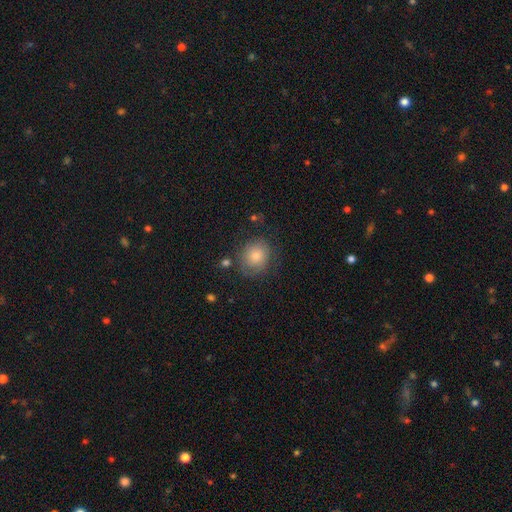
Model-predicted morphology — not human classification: Smooth or featured?
  - smooth: 72% *
  - featured or disk: 16%
  - star or artifact: 12%
How rounded?
  - round: 76% *
  - in between: 23%
  - cigar-shaped: 1%
Merging?
  - none: 75% *
  - minor disturbance: 16%
  - major disturbance: 6%
  - merger: 2%